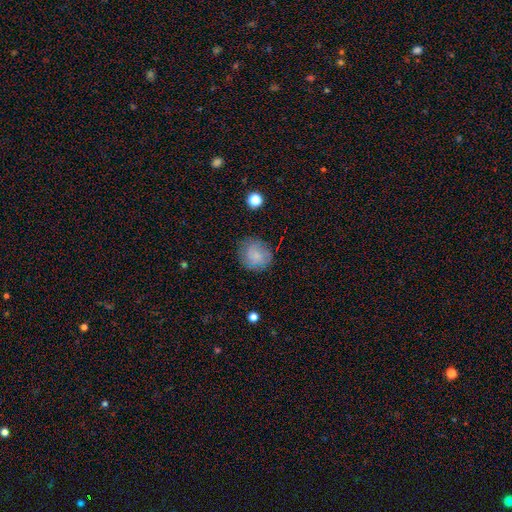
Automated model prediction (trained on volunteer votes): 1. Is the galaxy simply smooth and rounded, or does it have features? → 71% smooth, 19% featured or disk, 9% star or artifact.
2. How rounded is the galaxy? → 83% round, 16% in between, 1% cigar-shaped.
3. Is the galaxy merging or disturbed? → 78% none, 15% minor disturbance, 5% major disturbance, 1% merger.